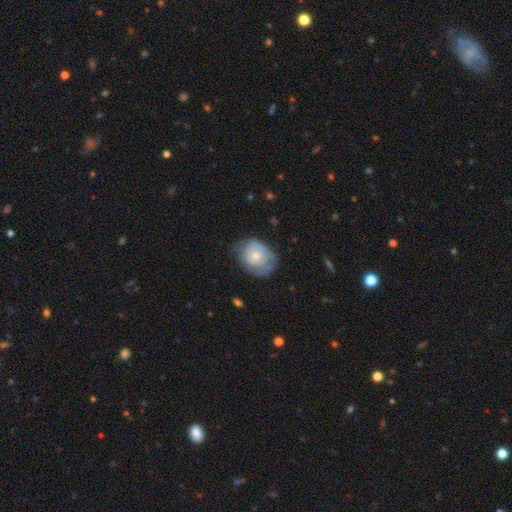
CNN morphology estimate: Smooth or featured? smooth (54%)
How rounded? round (54%)
Merging? none (49%)